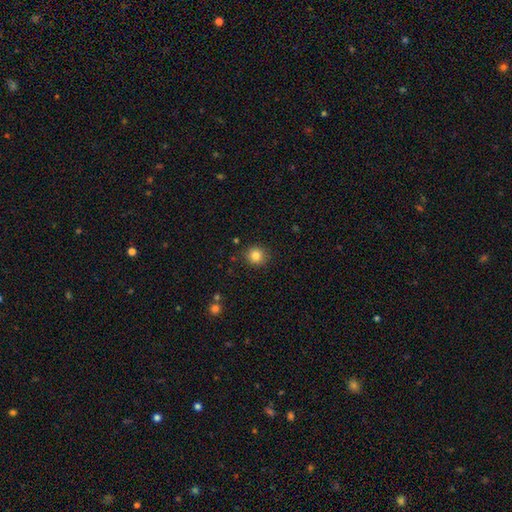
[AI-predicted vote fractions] Overall: smooth (82%). How rounded: round (91%). Merging: none (89%).